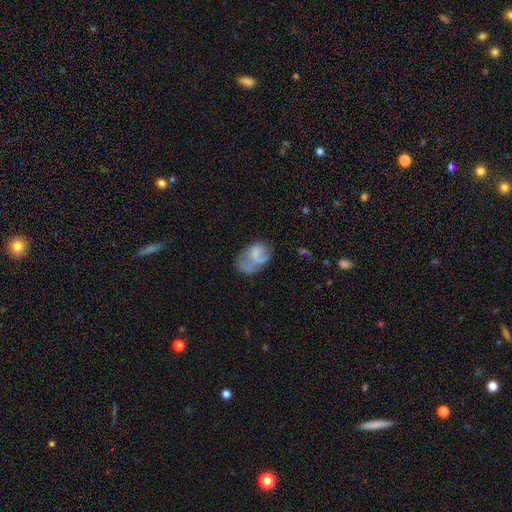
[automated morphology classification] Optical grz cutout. It shows a smooth galaxy with no disk features (56%) that is in between round and cigar-shaped (82%). Merging: none (35%).